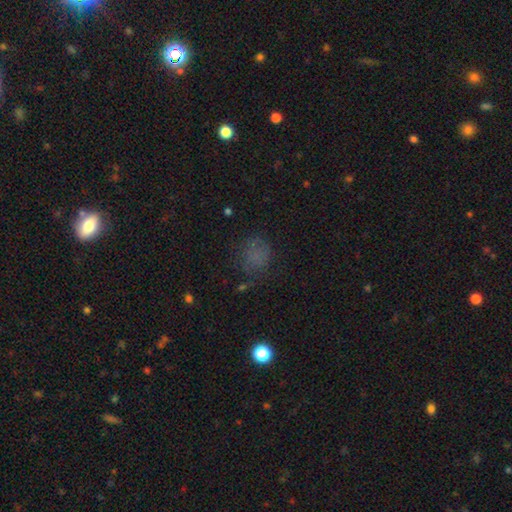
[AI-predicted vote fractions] smooth 63%, star or artifact 24%, featured or disk 13%. Down the decision tree: how rounded — round (65%); merging — none (64%).